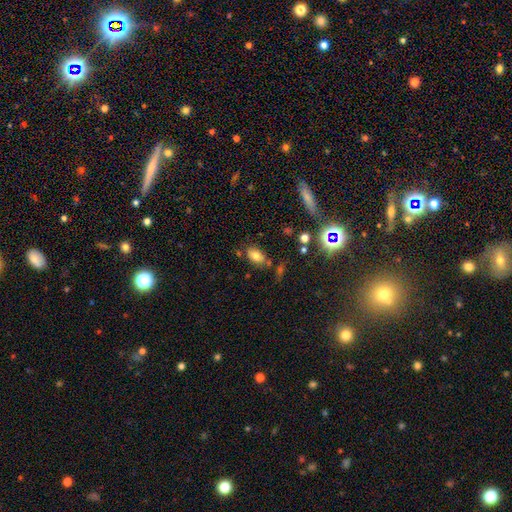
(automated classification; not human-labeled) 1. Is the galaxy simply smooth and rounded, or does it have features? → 76% smooth, 12% featured or disk, 12% star or artifact.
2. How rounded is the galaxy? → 89% in between, 9% round, 2% cigar-shaped.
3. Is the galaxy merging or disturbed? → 71% none, 15% minor disturbance, 9% merger, 5% major disturbance.